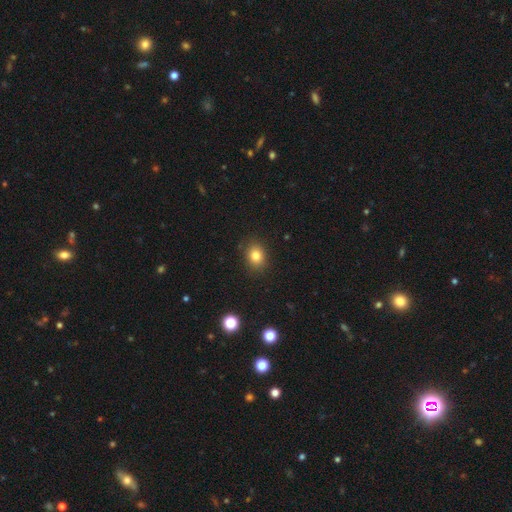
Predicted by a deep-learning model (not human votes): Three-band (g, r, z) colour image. It shows a smooth galaxy with no disk features (82%) that is round (52%). Merging: none (87%).